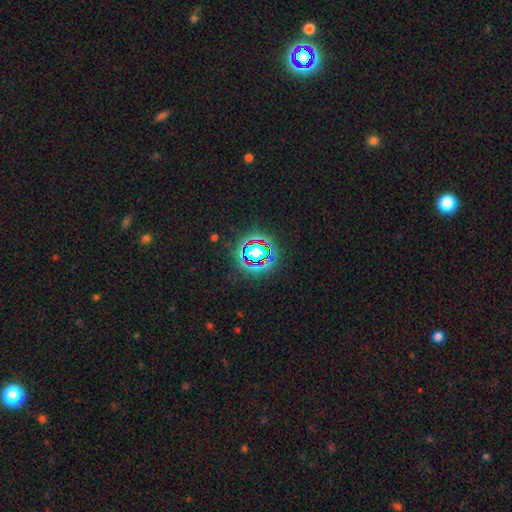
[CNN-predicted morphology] Smooth or featured? Predicted: star or artifact (p=0.79).